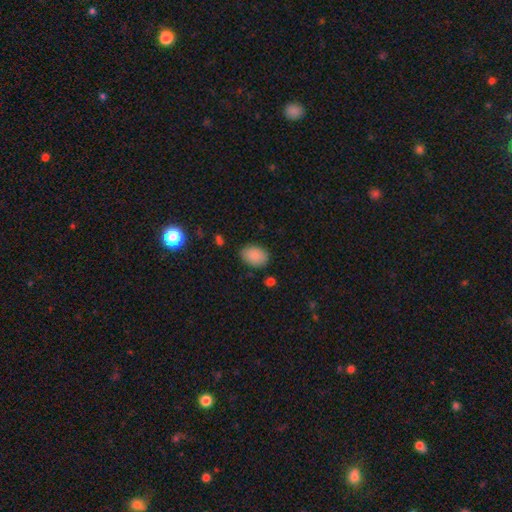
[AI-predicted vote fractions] smooth_or_featured: smooth (p=0.87) [alt: star or artifact p=0.08]
how_rounded: in between (p=0.83) [alt: round p=0.16]
merging: none (p=0.82) [alt: minor disturbance p=0.13]